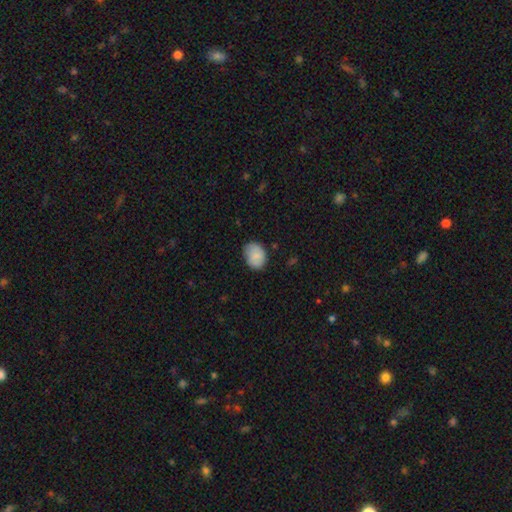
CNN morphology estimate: Smooth or featured? smooth (81%)
How rounded? in between (65%)
Merging? none (70%)